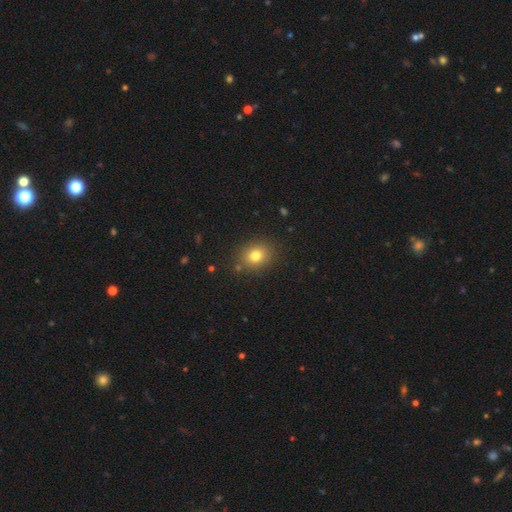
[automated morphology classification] A smooth galaxy with no disk features (78%) that is round (61%).

Vote fractions:
- Smooth or featured? smooth: 78% / star or artifact: 12% / featured or disk: 9%
- How rounded? round: 61% / in between: 38% / cigar-shaped: 1%
- Merging? none: 85% / minor disturbance: 9% / major disturbance: 3% / merger: 2%